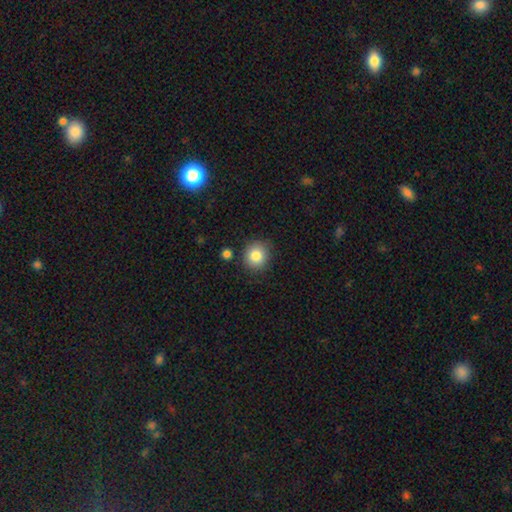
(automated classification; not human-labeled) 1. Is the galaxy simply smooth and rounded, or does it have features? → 84% smooth, 10% star or artifact, 7% featured or disk.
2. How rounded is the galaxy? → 86% round, 13% in between, 1% cigar-shaped.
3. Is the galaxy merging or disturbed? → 84% none, 9% minor disturbance, 4% merger, 2% major disturbance.